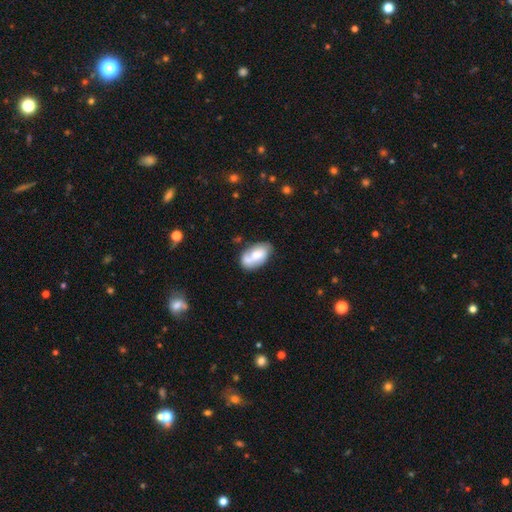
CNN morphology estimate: Smooth or featured? Predicted: smooth (p=0.54). How rounded? Predicted: in between (p=0.92). Merging? Predicted: none (p=0.52).